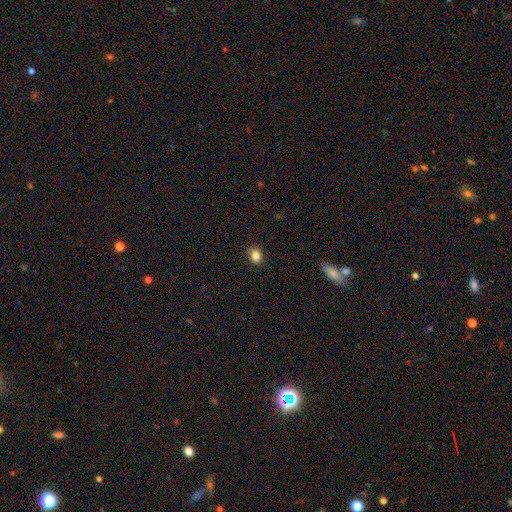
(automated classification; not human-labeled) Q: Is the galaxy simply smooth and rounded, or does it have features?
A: smooth — 84%.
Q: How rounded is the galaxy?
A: round — 63%.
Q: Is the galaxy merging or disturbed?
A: none — 88%.